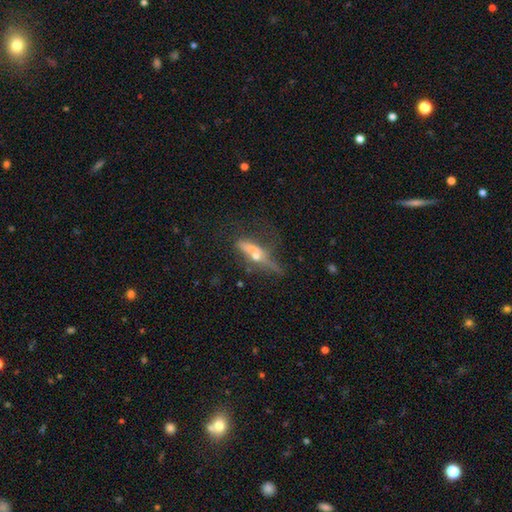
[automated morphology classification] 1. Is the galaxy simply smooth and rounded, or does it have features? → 55% featured or disk, 32% smooth, 13% star or artifact.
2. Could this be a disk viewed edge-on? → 68% yes, 32% no.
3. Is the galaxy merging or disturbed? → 40% none, 23% major disturbance, 22% minor disturbance, 15% merger.